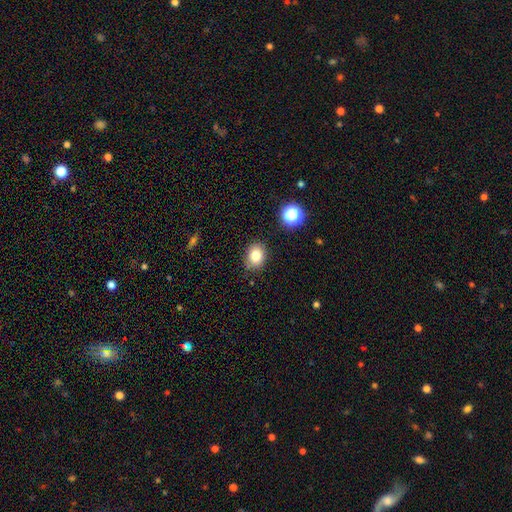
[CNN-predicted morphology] type=smooth (81%); roundness=in between (51%); merging=none (81%).